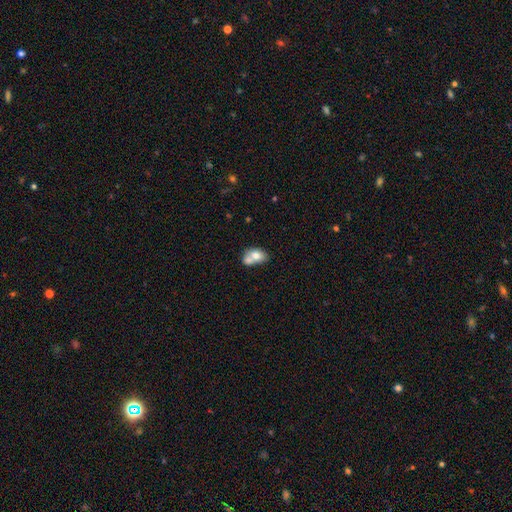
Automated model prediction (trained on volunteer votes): Q: Smooth or featured?
A: smooth (69%); runner-up: featured or disk (23%)
Q: How rounded?
A: in between (74%); runner-up: round (24%)
Q: Merging?
A: merger (59%); runner-up: none (26%)